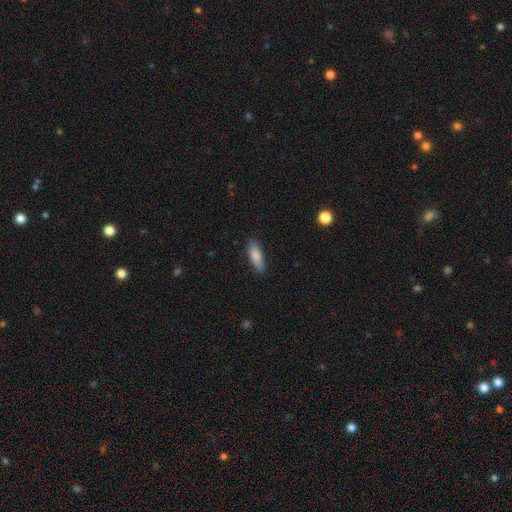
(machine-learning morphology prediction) A smooth galaxy with no disk features (85%) that is in between round and cigar-shaped (61%).

Vote fractions:
- Smooth or featured? smooth: 85% / featured or disk: 9% / star or artifact: 6%
- How rounded? in between: 61% / cigar-shaped: 37% / round: 2%
- Merging? none: 84% / minor disturbance: 12% / major disturbance: 2% / merger: 1%